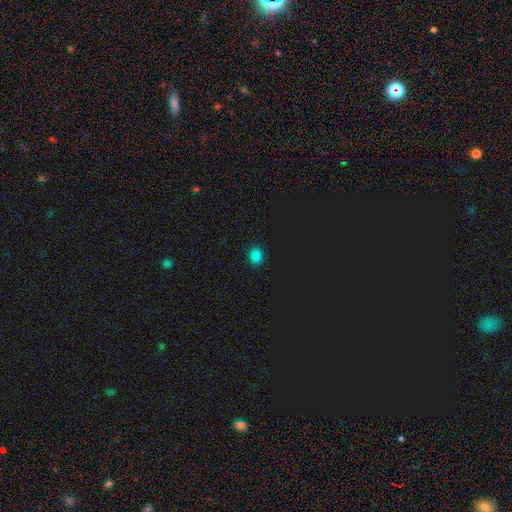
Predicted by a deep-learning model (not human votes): Smooth or featured: smooth — 79% (star or artifact — 17%)
How rounded: round — 70% (in between — 29%)
Merging: none — 90% (minor disturbance — 7%)